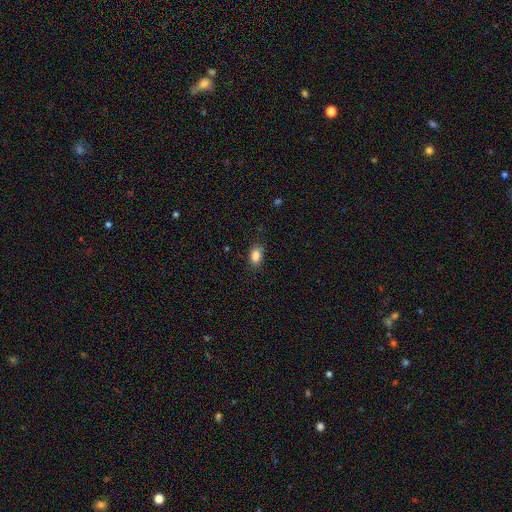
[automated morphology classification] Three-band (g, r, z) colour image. It shows a smooth galaxy with no disk features (86%) that is in between round and cigar-shaped (82%). Merging: none (82%).